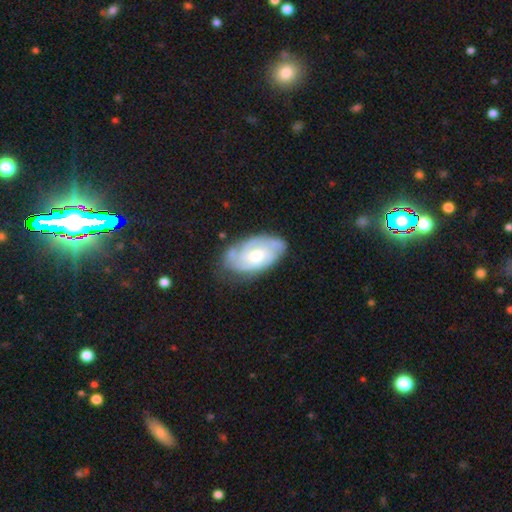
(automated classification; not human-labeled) Overall: featured or disk (80%). Edge-on disk: no (95%). Bar: no (66%; weak 29%). Spiral arms: yes (94%). Spiral arm count: 3 (30%; can't tell 28%). Spiral winding: tight (65%; medium 29%). Bulge size: moderate (62%; small 31%). Merging: none (72%).